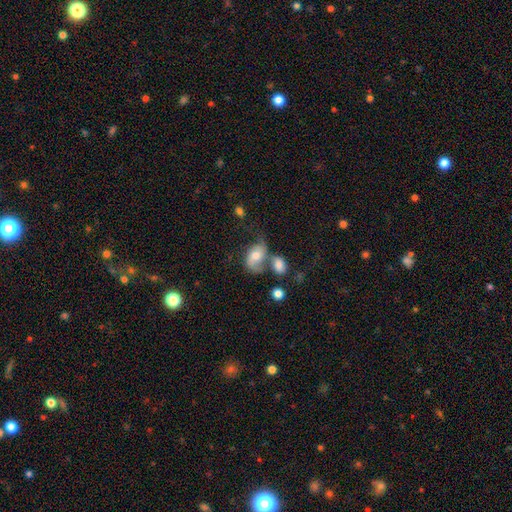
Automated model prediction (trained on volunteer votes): Morphology: type=smooth (54%); roundness=in between (84%); merging=merger (37%).